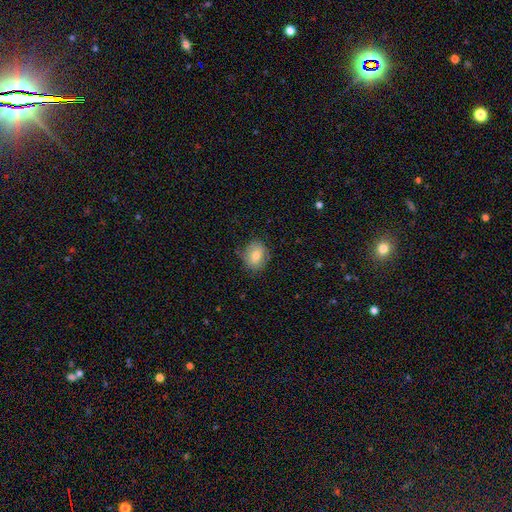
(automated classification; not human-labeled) A smooth galaxy with no disk features (76%) that is round (57%).

Vote fractions:
- Smooth or featured? smooth: 76% / featured or disk: 15% / star or artifact: 8%
- How rounded? round: 57% / in between: 42% / cigar-shaped: 1%
- Merging? none: 75% / minor disturbance: 19% / major disturbance: 5% / merger: 1%